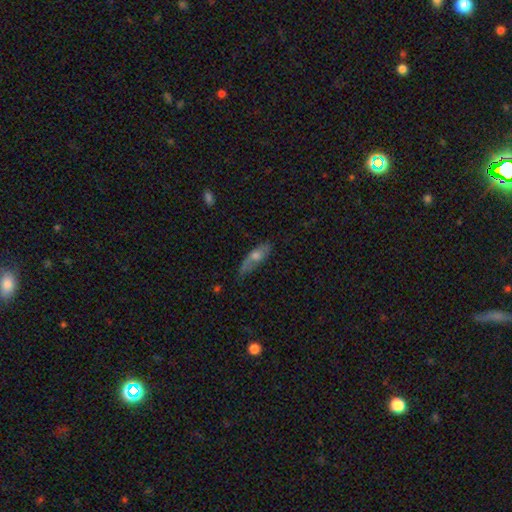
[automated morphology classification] Smooth or featured? Predicted: smooth (p=0.51). How rounded? Predicted: in between (p=0.50). Merging? Predicted: none (p=0.57).